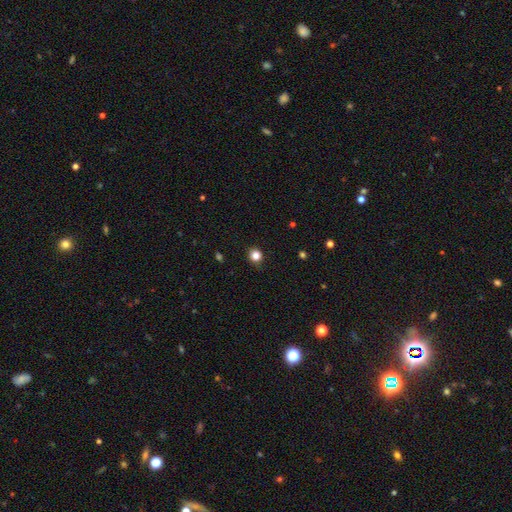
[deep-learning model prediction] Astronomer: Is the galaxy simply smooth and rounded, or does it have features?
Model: smooth — 83%.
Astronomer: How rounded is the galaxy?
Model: round — 88%.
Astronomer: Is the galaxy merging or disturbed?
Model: none — 89%.